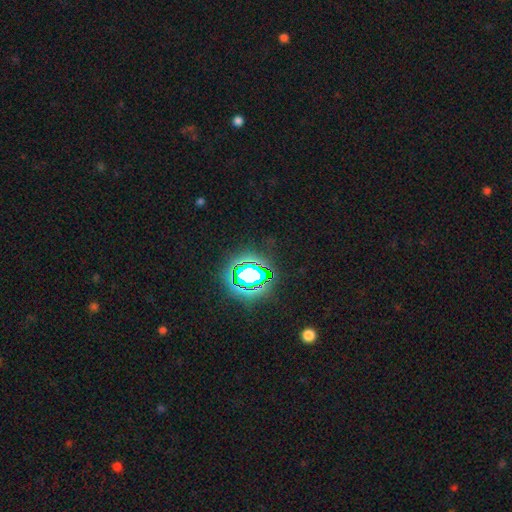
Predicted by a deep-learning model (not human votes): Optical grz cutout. It shows a star or artifact, not a galaxy (81%).